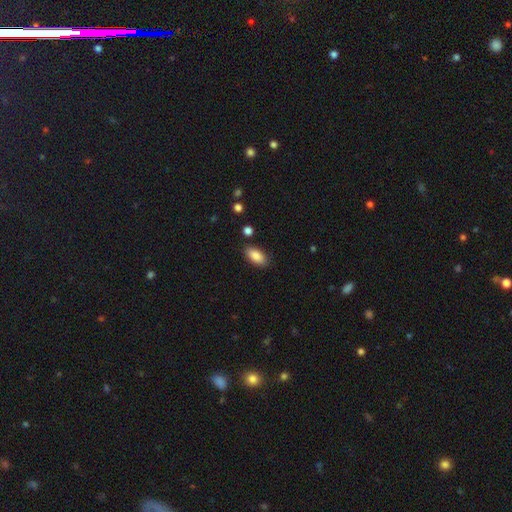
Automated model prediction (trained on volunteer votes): A smooth galaxy with no disk features (87%) that is in between round and cigar-shaped (90%). Merging: none (85%).